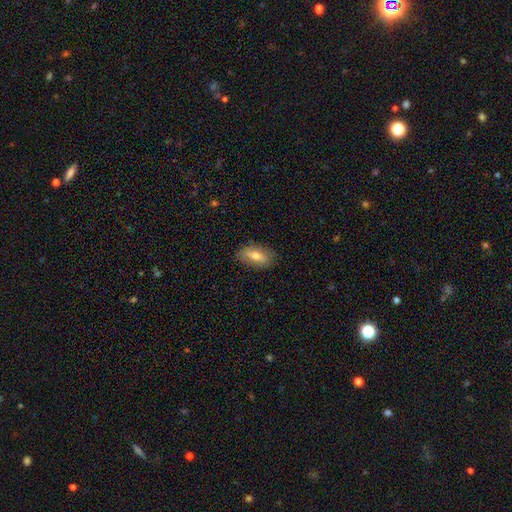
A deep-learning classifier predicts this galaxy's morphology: This appears to be a smooth galaxy with no disk features (70%) that is in between round and cigar-shaped (86%). Merging: none (81%).